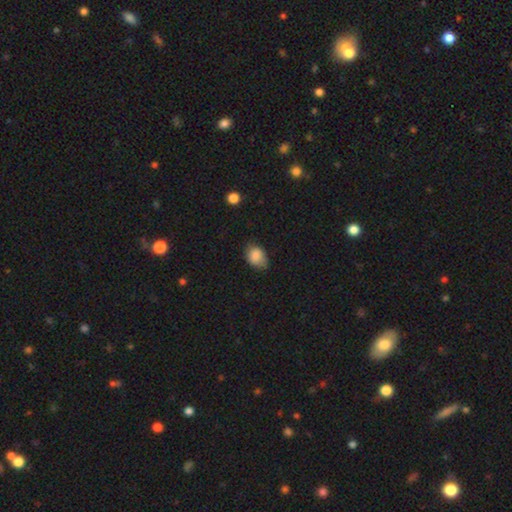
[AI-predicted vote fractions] smooth-or-featured: smooth: 84% | star or artifact: 8% | featured or disk: 8%
  how-rounded: in between: 74% | round: 25% | cigar-shaped: 1%
  merging: none: 60% | minor disturbance: 32% | major disturbance: 7% | merger: 1%